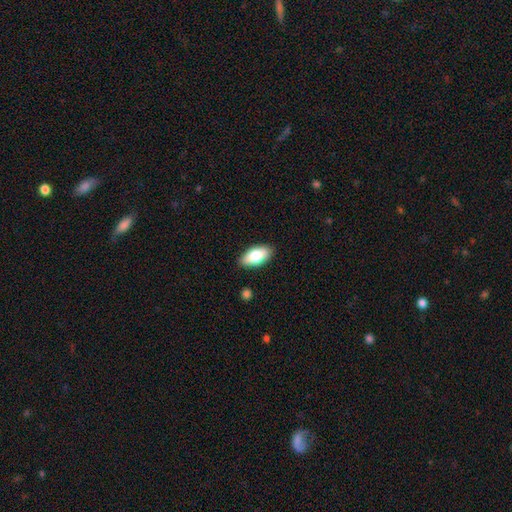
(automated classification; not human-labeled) Smooth or featured? smooth (79%)
How rounded? in between (91%)
Merging? none (88%)